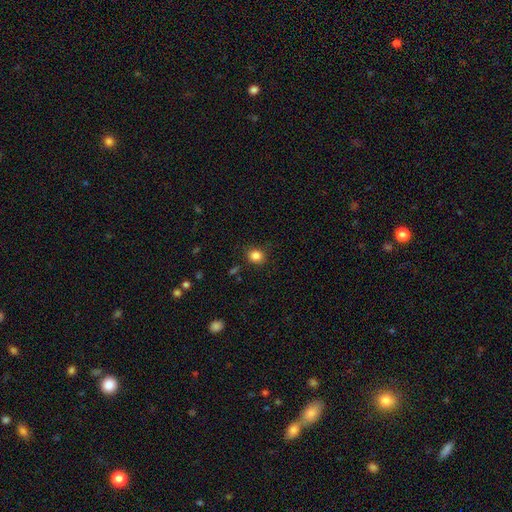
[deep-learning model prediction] This is clearly a smooth galaxy (85%). How rounded: likely round (72%). Merging: clearly none (86%).